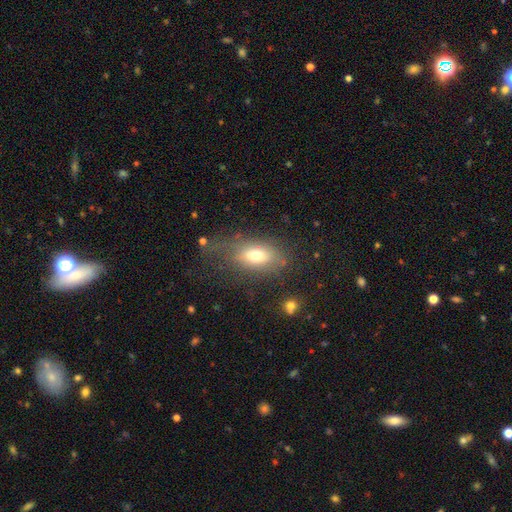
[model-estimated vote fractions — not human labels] This is likely a smooth galaxy (69%). How rounded: clearly in between (84%). Merging: possibly none (53%).